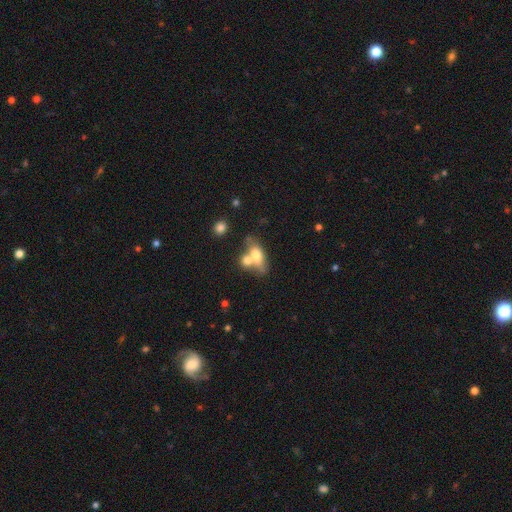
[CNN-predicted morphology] Smooth or featured: smooth — 68% (featured or disk — 24%)
How rounded: in between — 75% (round — 13%)
Merging: merger — 49% (none — 33%)